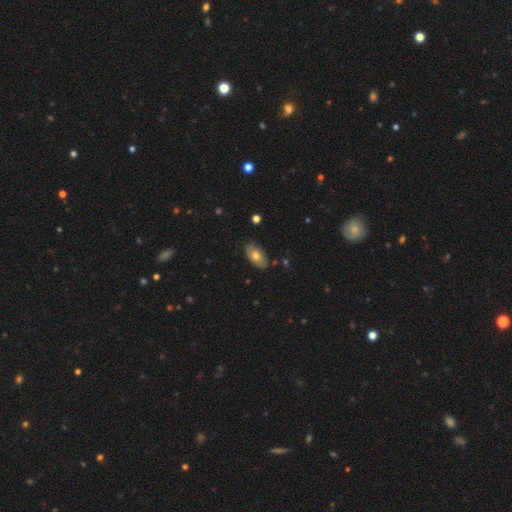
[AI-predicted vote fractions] Overall: smooth (72%). How rounded: in between (92%). Merging: none (83%).